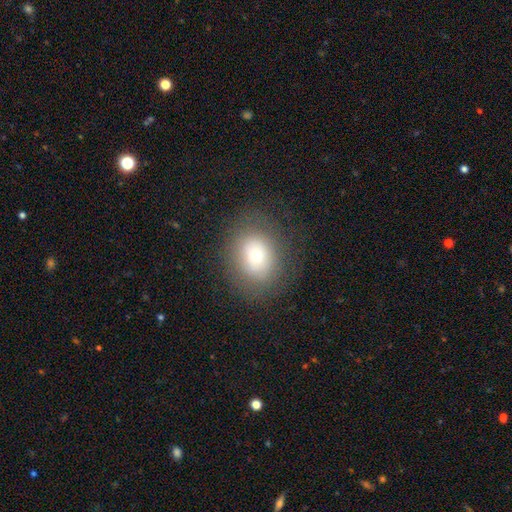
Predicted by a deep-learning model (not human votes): Q: Smooth or featured?
A: smooth (69%); runner-up: featured or disk (18%)
Q: How rounded?
A: round (61%); runner-up: in between (38%)
Q: Merging?
A: none (81%); runner-up: minor disturbance (11%)